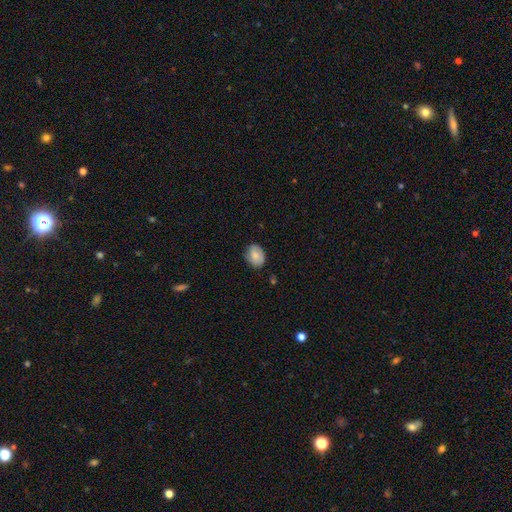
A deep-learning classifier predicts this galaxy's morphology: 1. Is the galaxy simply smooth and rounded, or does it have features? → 74% smooth, 19% featured or disk, 8% star or artifact.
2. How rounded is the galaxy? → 63% in between, 36% round, 1% cigar-shaped.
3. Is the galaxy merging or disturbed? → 74% none, 21% minor disturbance, 4% major disturbance, 1% merger.